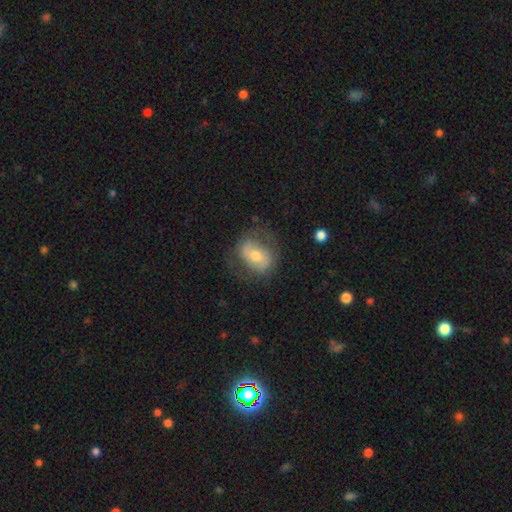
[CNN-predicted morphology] type=smooth (47%); merging=none (66%).